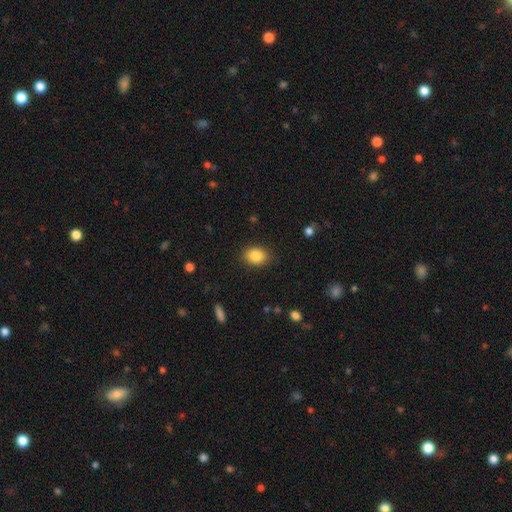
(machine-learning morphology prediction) type=smooth (87%); roundness=in between (65%); merging=none (86%).